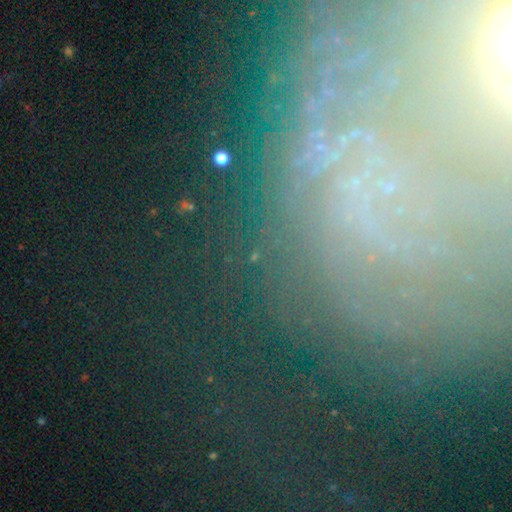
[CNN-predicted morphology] star or artifact 51%, featured or disk 31%, smooth 18%.